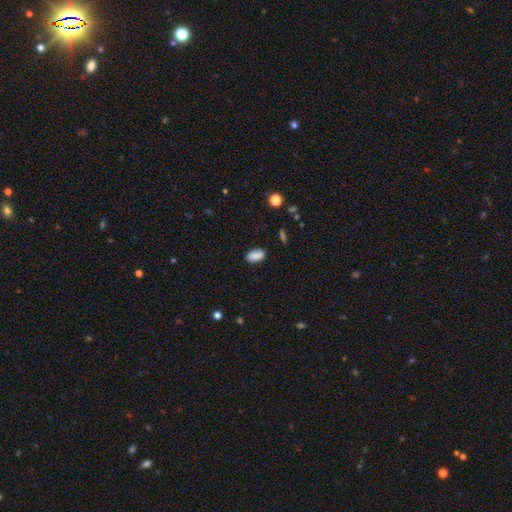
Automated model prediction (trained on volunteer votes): Morphology: type=smooth (87%); roundness=in between (93%); merging=none (86%).